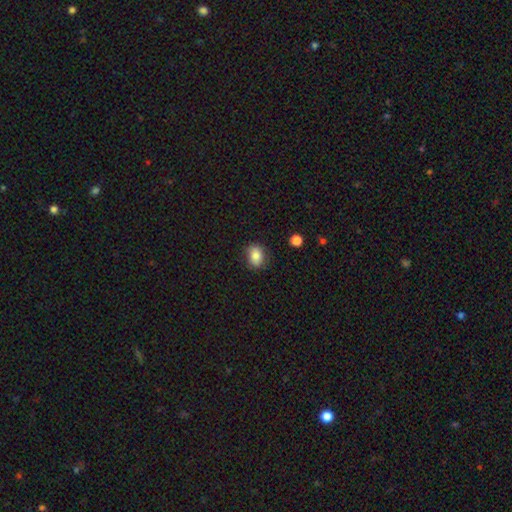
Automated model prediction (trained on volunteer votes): smooth-or-featured: smooth: 83% | star or artifact: 10% | featured or disk: 8%
  how-rounded: in between: 53% | round: 46% | cigar-shaped: 1%
  merging: none: 80% | minor disturbance: 15% | major disturbance: 3% | merger: 2%